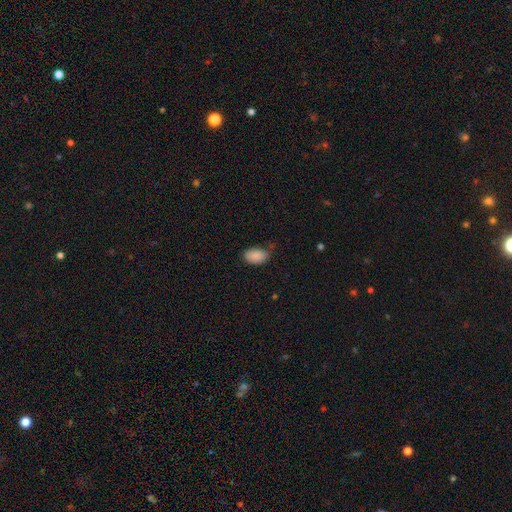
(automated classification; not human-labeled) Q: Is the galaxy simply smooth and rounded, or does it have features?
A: smooth — 88%.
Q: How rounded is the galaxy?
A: in between — 93%.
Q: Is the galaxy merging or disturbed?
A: none — 69%.